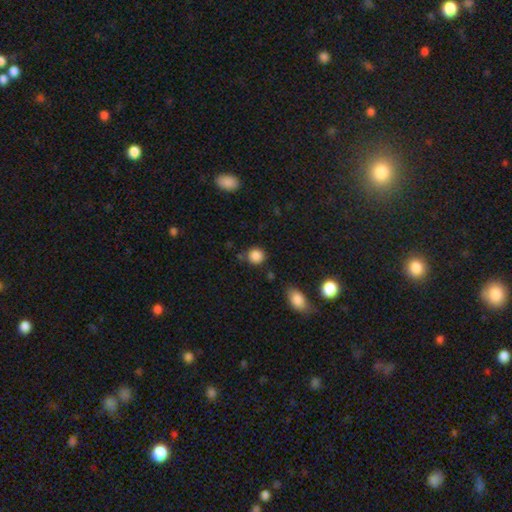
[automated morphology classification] type=smooth (86%); roundness=round (87%); merging=none (77%).